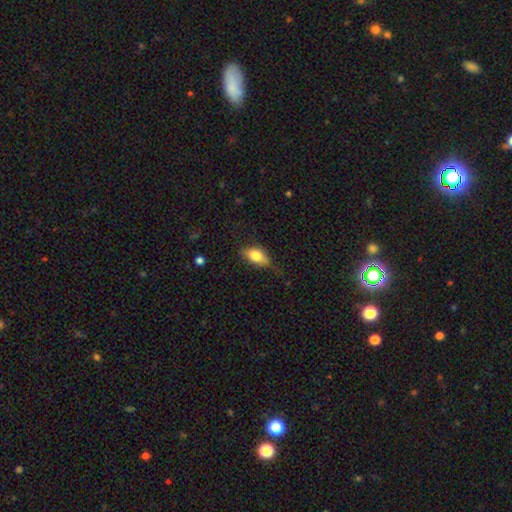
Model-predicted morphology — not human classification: Q: Smooth or featured?
A: smooth (77%); runner-up: featured or disk (15%)
Q: How rounded?
A: in between (87%); runner-up: round (7%)
Q: Merging?
A: none (68%); runner-up: minor disturbance (25%)